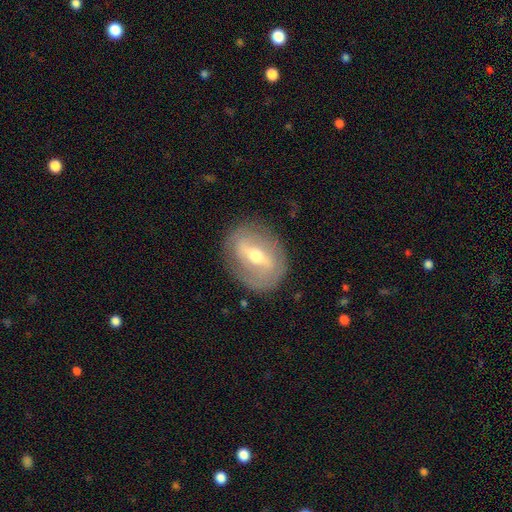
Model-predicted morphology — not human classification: This appears to be a featured or disk galaxy (69%) with a strong bar (54%), no spiral arms (53%) and a moderate central bulge (66%). Merging: none (81%).